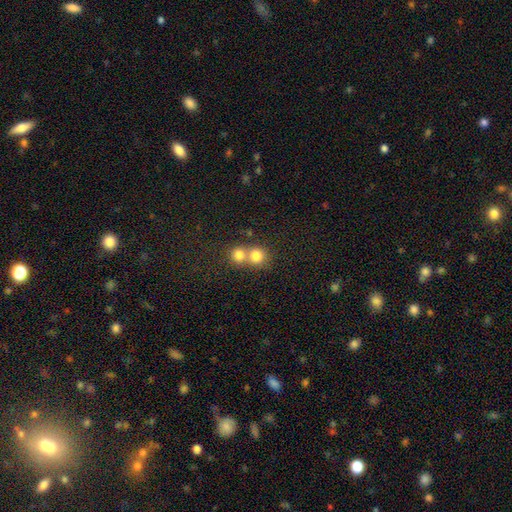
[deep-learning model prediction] Smooth or featured? Predicted: smooth (p=0.79). How rounded? Predicted: round (p=0.86). Merging? Predicted: merger (p=0.59).